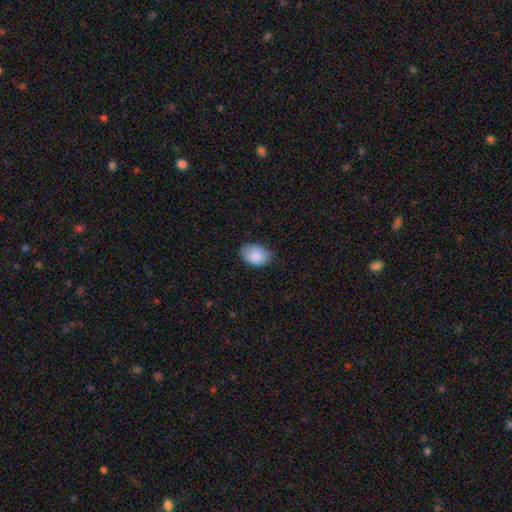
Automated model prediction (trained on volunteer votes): Morphology: type=smooth (89%); roundness=in between (81%); merging=none (74%).